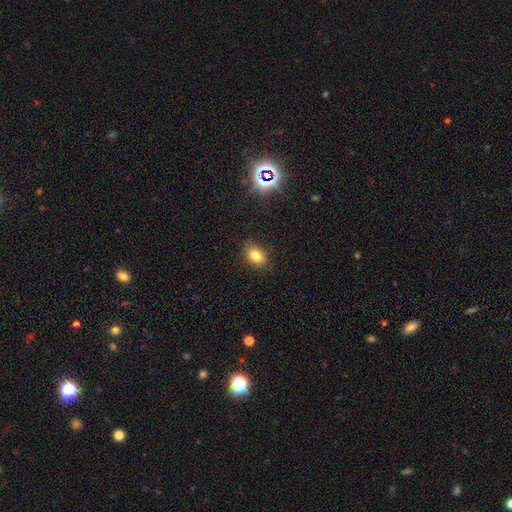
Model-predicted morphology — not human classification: This is likely a smooth galaxy (80%). How rounded: clearly in between (81%). Merging: clearly none (85%).